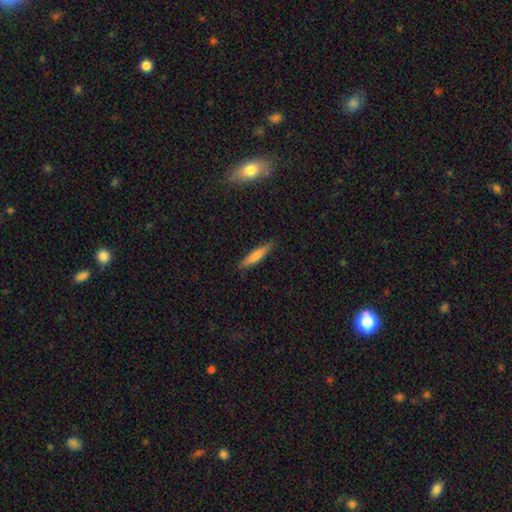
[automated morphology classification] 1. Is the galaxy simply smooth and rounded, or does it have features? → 70% smooth, 23% featured or disk, 6% star or artifact.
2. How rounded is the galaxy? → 86% cigar-shaped, 13% in between, 1% round.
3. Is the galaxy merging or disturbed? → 87% none, 10% minor disturbance, 2% major disturbance, 1% merger.